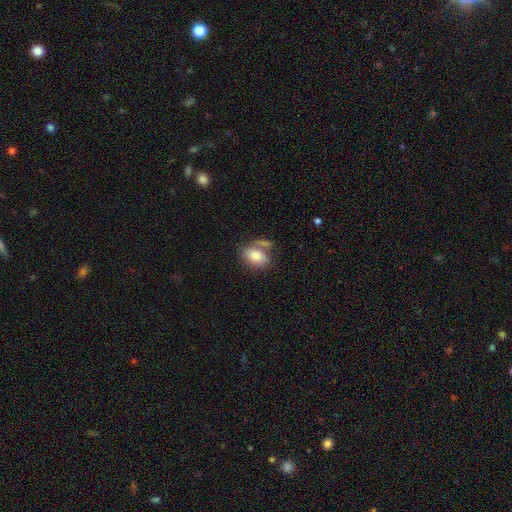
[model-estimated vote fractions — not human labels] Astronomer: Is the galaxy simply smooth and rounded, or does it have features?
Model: smooth — 79%.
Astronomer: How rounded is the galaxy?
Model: in between — 86%.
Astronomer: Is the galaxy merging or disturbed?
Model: none — 50% (runner-up: merger, 27%).